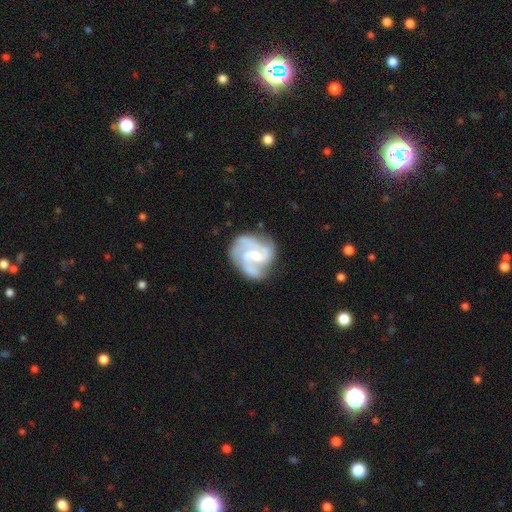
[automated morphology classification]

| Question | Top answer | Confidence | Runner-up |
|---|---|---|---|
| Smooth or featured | featured or disk | 86% | smooth (9%) |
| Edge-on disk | no | 98% | yes (2%) |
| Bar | weak | 47% | no (42%) |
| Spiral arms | yes | 96% | no (4%) |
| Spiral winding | medium | 52% | tight (32%) |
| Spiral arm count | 3 | 50% | 2 (27%) |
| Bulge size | small | 49% | moderate (40%) |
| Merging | none | 63% | minor disturbance (21%) |